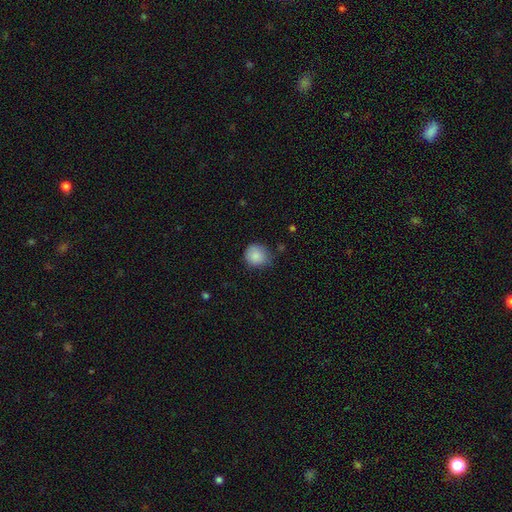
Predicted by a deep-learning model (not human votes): Overall: smooth (87%). How rounded: round (88%). Merging: none (70%).